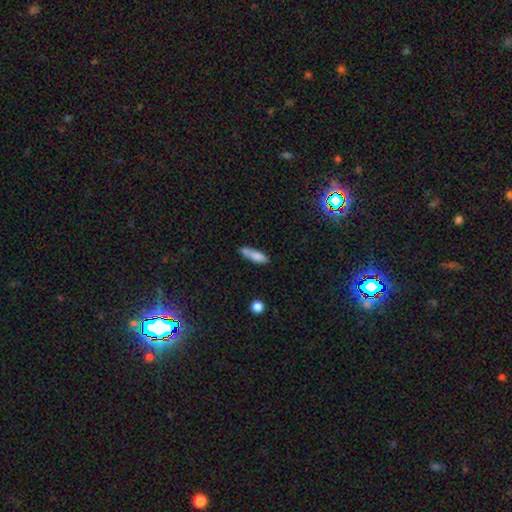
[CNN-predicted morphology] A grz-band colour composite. It shows a smooth galaxy with no disk features (75%) that is cigar-shaped (55%). Merging: none (49%).